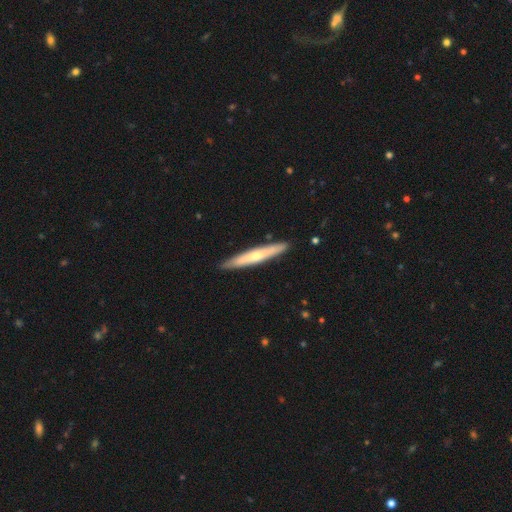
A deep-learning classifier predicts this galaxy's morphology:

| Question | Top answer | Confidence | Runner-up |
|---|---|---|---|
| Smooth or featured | smooth | 49% | featured or disk (46%) |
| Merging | none | 90% | minor disturbance (8%) |